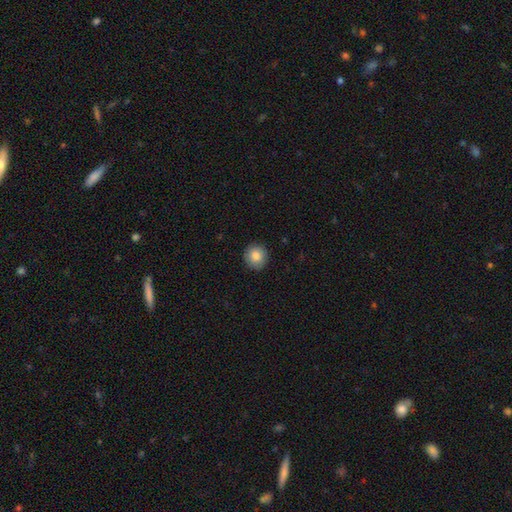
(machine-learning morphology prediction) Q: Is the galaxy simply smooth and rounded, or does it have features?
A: smooth — 85%.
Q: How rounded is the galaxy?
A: round — 92%.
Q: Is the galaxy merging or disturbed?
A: none — 89%.